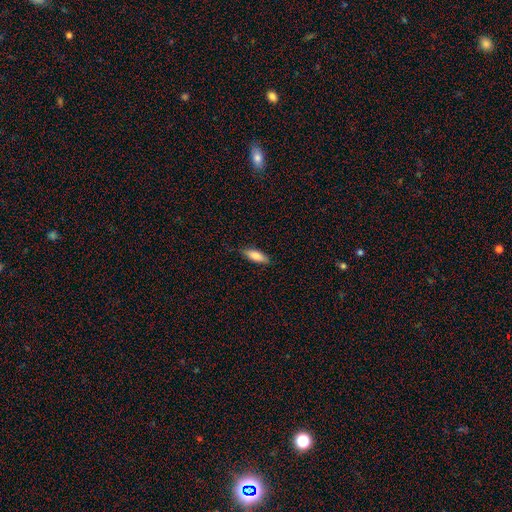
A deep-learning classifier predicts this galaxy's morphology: A smooth galaxy with no disk features (79%) that is in between round and cigar-shaped (59%).

Vote fractions:
- Smooth or featured? smooth: 79% / featured or disk: 15% / star or artifact: 6%
- How rounded? in between: 59% / cigar-shaped: 40% / round: 2%
- Merging? none: 83% / minor disturbance: 14% / major disturbance: 2% / merger: 1%